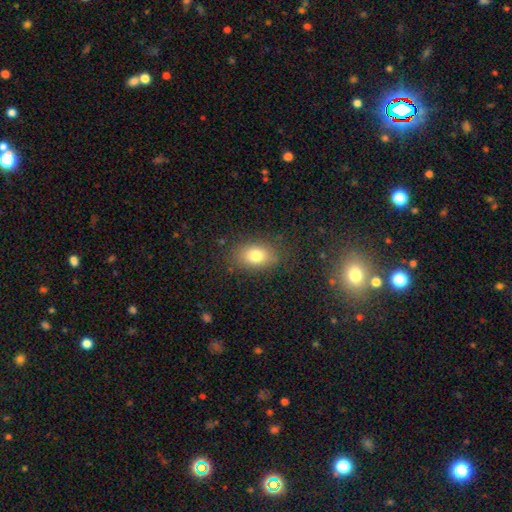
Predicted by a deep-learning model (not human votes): Morphology: type=smooth (79%); roundness=in between (79%); merging=none (81%).